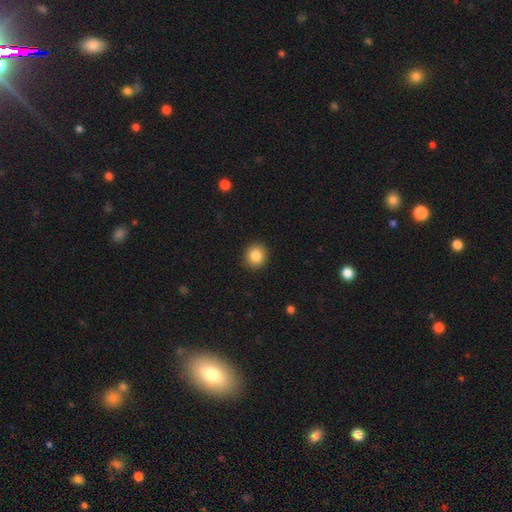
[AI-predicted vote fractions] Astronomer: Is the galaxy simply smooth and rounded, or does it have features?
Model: smooth — 85%.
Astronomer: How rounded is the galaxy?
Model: round — 87%.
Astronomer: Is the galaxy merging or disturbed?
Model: none — 92%.